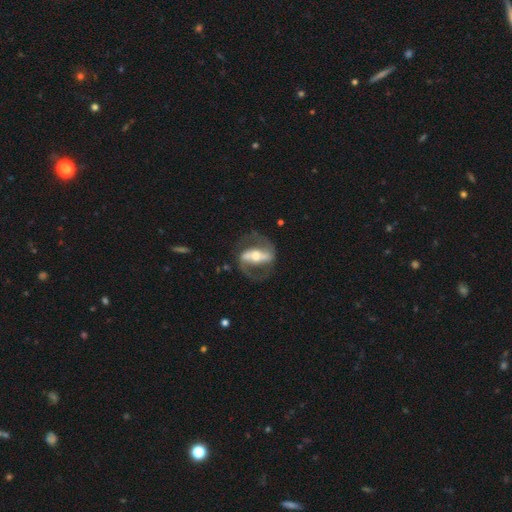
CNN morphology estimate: This appears to be a featured or disk galaxy (87%) with a strong bar (70%), 2 (91%) medium (54%) spiral arms (90%) and a moderate central bulge (61%). Merging: none (74%).